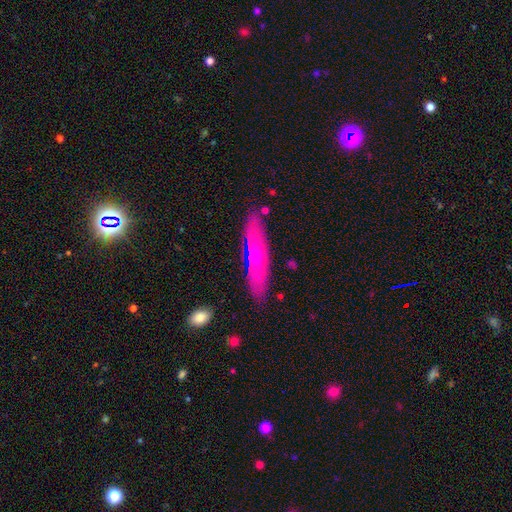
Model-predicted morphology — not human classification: Q: Smooth or featured?
A: smooth (49%); runner-up: featured or disk (44%)
Q: Merging?
A: none (84%); runner-up: minor disturbance (11%)